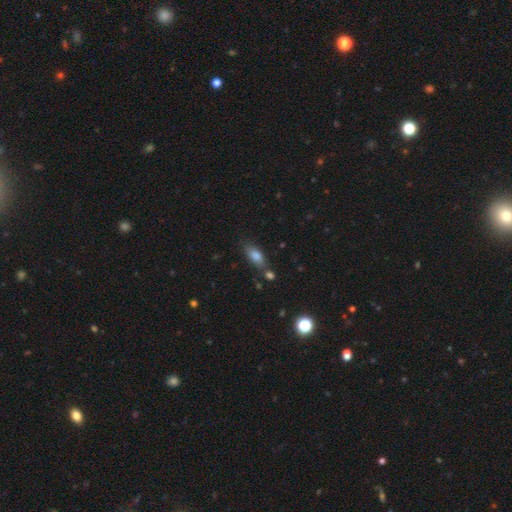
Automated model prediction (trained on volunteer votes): This is likely a smooth galaxy (79%). How rounded: likely in between (77%). Merging: likely none (66%).